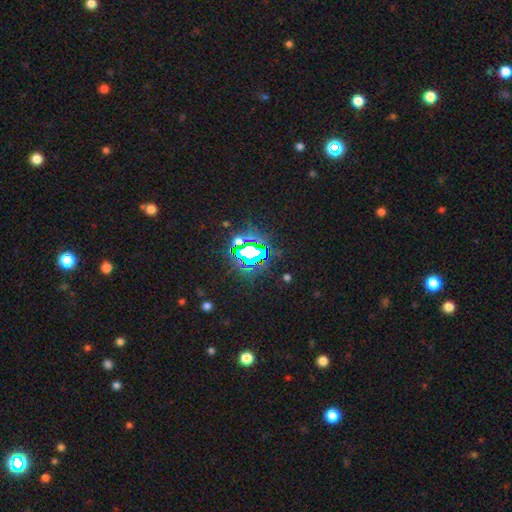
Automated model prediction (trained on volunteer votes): Smooth or featured: star or artifact — 74% (smooth — 15%)